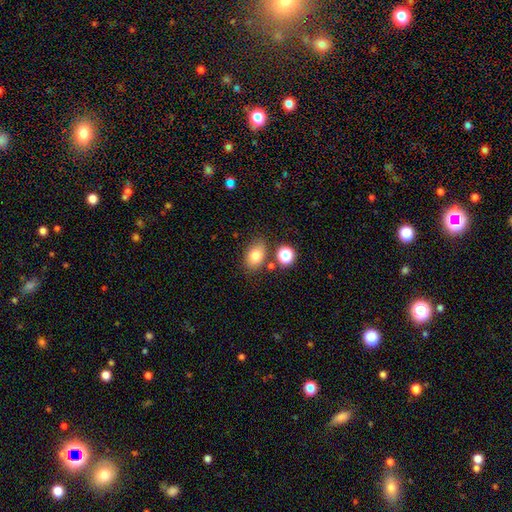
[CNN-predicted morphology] Smooth or featured? smooth (80%)
How rounded? in between (77%)
Merging? none (75%)